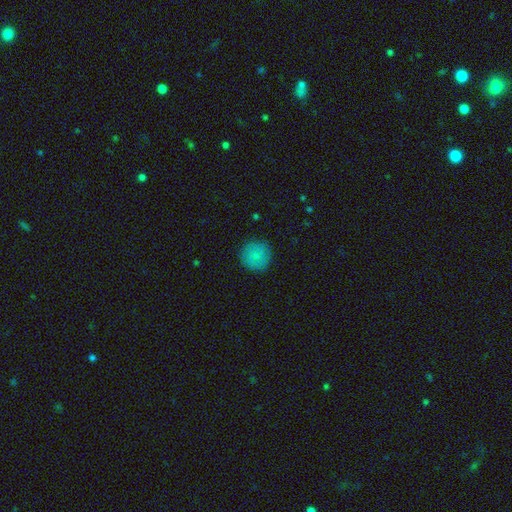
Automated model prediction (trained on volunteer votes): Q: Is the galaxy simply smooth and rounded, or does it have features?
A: smooth — 82%.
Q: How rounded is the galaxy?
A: round — 94%.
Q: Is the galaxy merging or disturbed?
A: none — 88%.